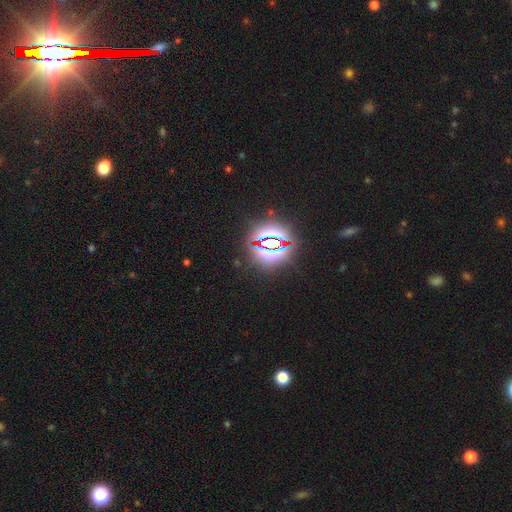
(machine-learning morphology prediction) This is clearly a star or artifact rather than a galaxy (82%).